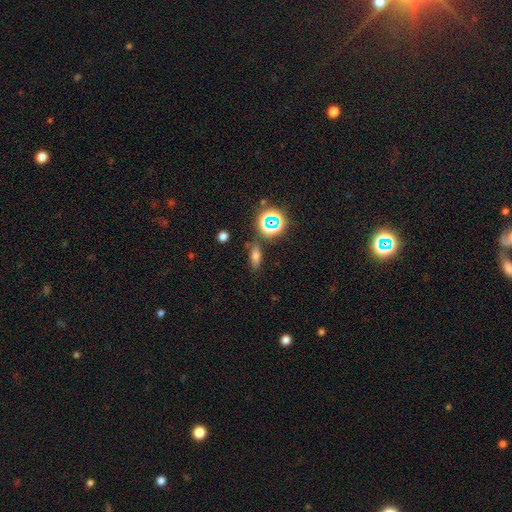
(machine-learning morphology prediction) Q: Smooth or featured?
A: smooth (63%); runner-up: star or artifact (23%)
Q: How rounded?
A: in between (60%); runner-up: cigar-shaped (29%)
Q: Merging?
A: none (79%); runner-up: minor disturbance (13%)